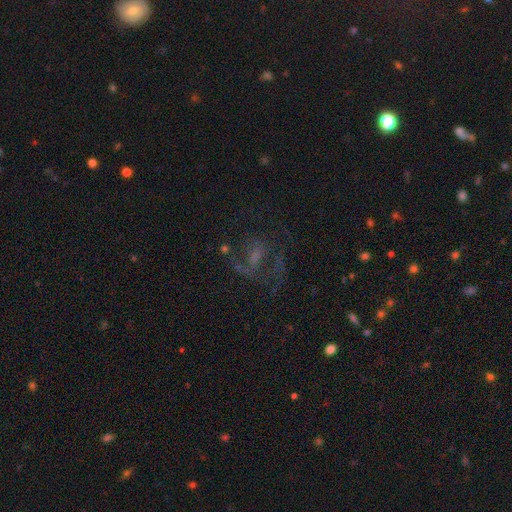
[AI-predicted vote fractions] Smooth or featured: featured or disk — 55% (star or artifact — 24%)
Edge-on disk: no — 97% (yes — 3%)
Bar: no — 52% (weak — 36%)
Spiral arms: yes — 61% (no — 39%)
Bulge size: none — 39% (small — 27%)
Merging: none — 46% (major disturbance — 34%)